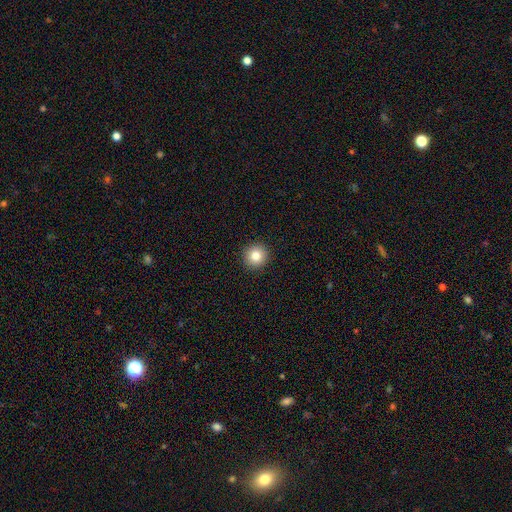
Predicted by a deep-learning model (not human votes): Smooth or featured: smooth — 82% (star or artifact — 10%)
How rounded: round — 94% (in between — 5%)
Merging: none — 93% (minor disturbance — 5%)